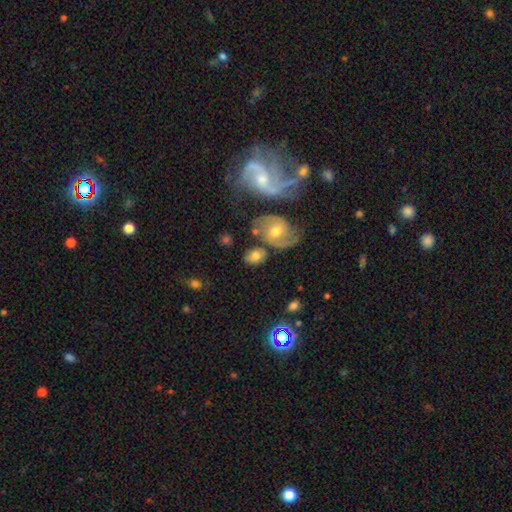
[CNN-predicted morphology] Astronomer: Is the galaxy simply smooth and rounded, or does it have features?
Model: smooth — 67%.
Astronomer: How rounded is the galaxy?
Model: in between — 64%.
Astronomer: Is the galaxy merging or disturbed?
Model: none — 62%.